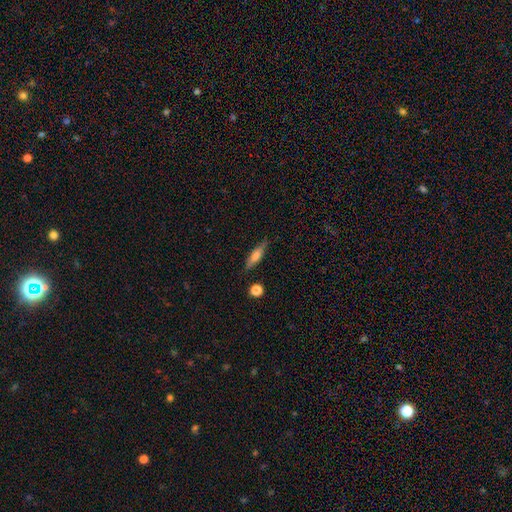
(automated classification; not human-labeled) This appears to be a smooth galaxy with no disk features (57%) that is cigar-shaped (66%). Merging: none (81%).